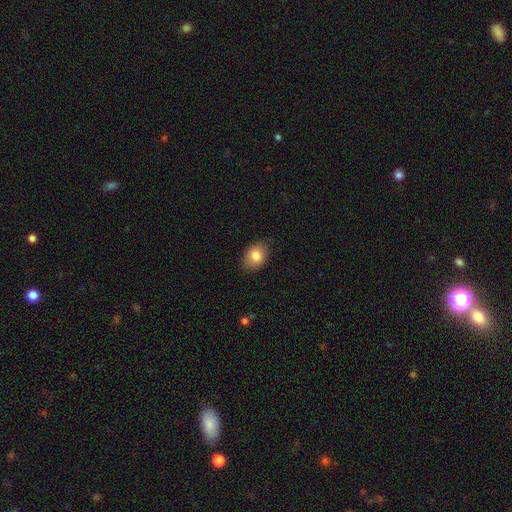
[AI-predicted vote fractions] A smooth galaxy with no disk features (83%) that is in between round and cigar-shaped (75%).

Vote fractions:
- Smooth or featured? smooth: 83% / featured or disk: 9% / star or artifact: 8%
- How rounded? in between: 75% / round: 24% / cigar-shaped: 1%
- Merging? none: 85% / minor disturbance: 12% / major disturbance: 2% / merger: 1%